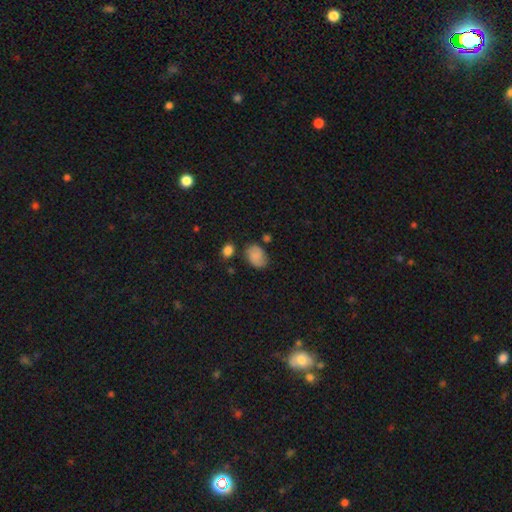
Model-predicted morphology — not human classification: smooth_or_featured: smooth (p=0.67) [alt: featured or disk p=0.23]
how_rounded: in between (p=0.75) [alt: round p=0.23]
merging: none (p=0.69) [alt: minor disturbance p=0.20]